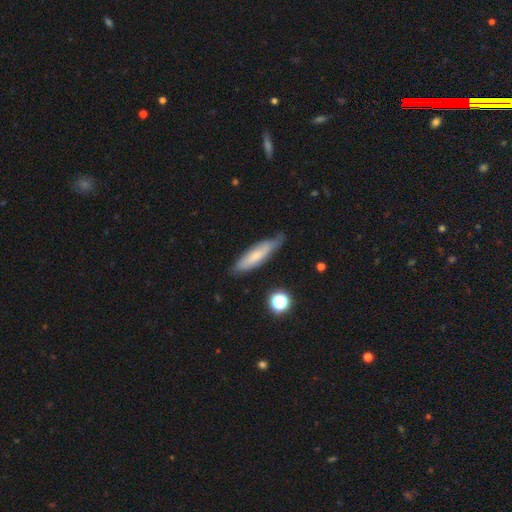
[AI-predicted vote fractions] Smooth or featured: smooth — 55% (featured or disk — 37%)
How rounded: cigar-shaped — 76% (in between — 22%)
Merging: none — 71% (minor disturbance — 23%)